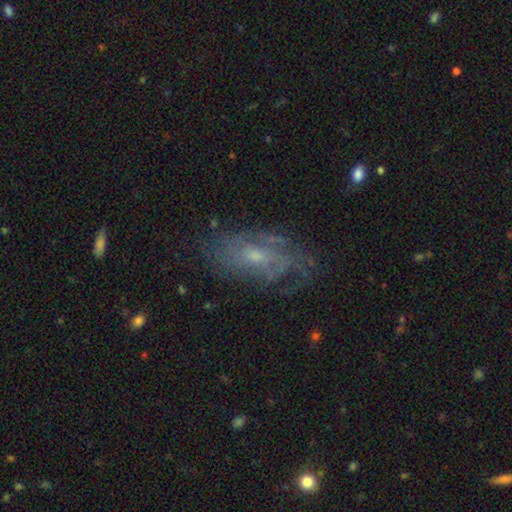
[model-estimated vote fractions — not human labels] The model was most divided on "bulge size": small: 55%, moderate: 38%, none: 5%, large: 2%, dominant: 1%. More confident: edge-on disk — no (90%); spiral arms — yes (83%); smooth or featured — featured or disk (70%); merging — none (67%); bar — no (61%); spiral arm count — can't tell (56%); spiral winding — tight (53%).